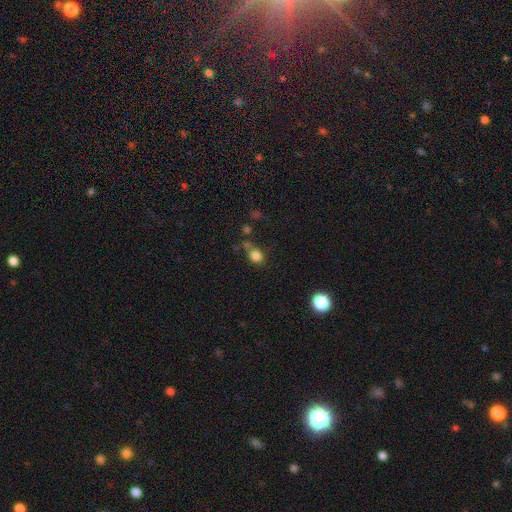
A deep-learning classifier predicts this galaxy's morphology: Smooth or featured? Predicted: smooth (p=0.81). How rounded? Predicted: round (p=0.62). Merging? Predicted: none (p=0.59).